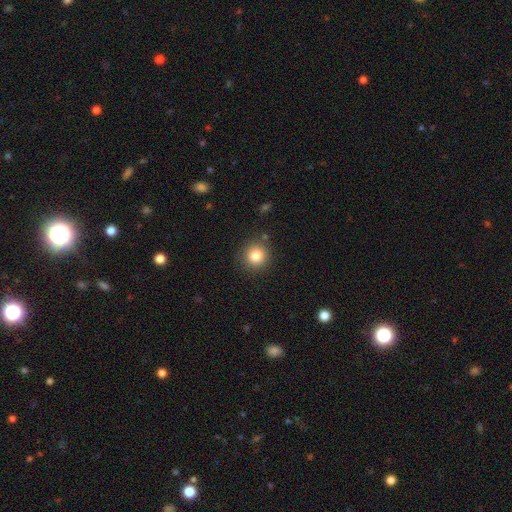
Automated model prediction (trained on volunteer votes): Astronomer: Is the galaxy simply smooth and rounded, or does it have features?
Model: smooth — 84%.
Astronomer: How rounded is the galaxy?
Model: round — 92%.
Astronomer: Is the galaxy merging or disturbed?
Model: none — 87%.